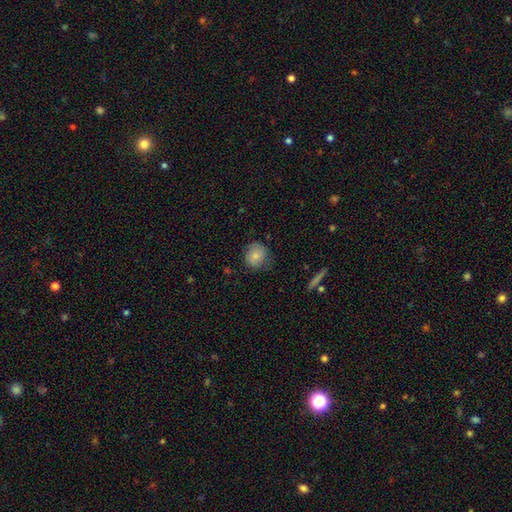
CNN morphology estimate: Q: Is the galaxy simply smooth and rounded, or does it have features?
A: smooth — 79%.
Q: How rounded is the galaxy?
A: round — 82%.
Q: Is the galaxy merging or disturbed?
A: none — 73%.